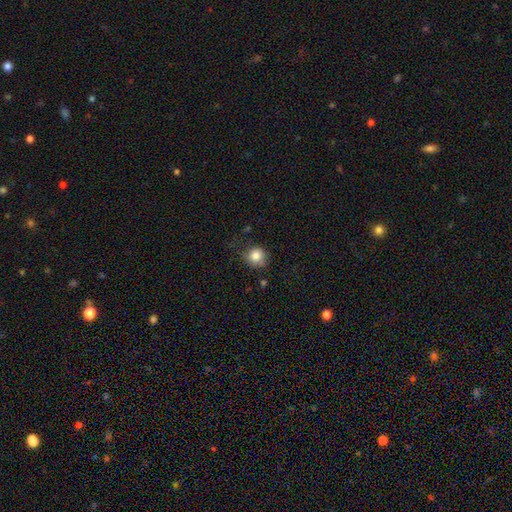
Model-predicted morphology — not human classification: Smooth or featured: smooth — 83% (star or artifact — 10%)
How rounded: round — 86% (in between — 13%)
Merging: none — 69% (minor disturbance — 21%)